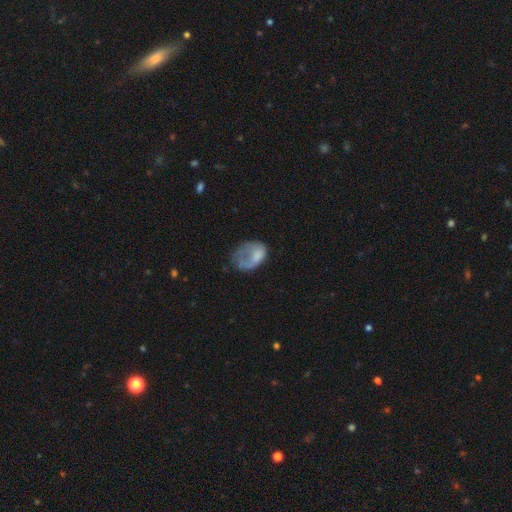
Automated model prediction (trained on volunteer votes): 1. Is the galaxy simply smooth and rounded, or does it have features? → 57% smooth, 34% featured or disk, 9% star or artifact.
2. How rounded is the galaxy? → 76% in between, 22% round, 1% cigar-shaped.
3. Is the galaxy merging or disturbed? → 49% major disturbance, 24% minor disturbance, 24% none, 3% merger.